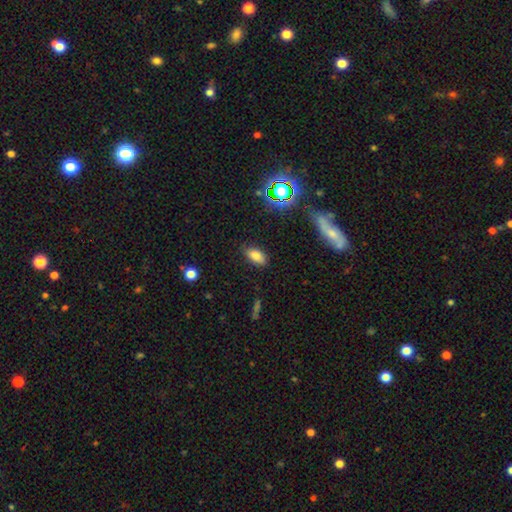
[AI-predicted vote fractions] smooth 80%, star or artifact 13%, featured or disk 7%. Down the decision tree: how rounded — in between (91%); merging — none (83%).